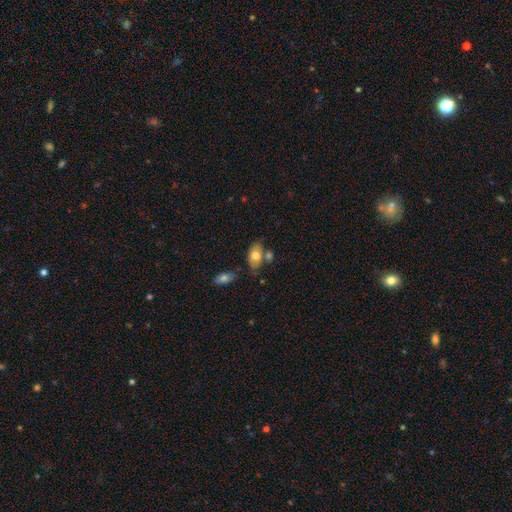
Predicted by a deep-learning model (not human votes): Smooth or featured? Predicted: smooth (p=0.71). How rounded? Predicted: in between (p=0.90). Merging? Predicted: none (p=0.53).